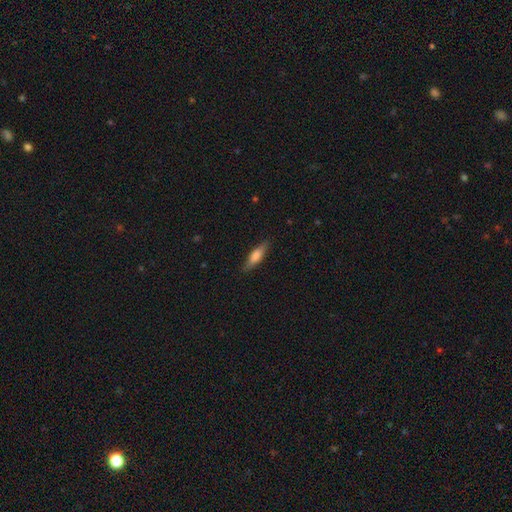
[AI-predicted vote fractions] Smooth or featured? smooth (68%)
How rounded? cigar-shaped (60%)
Merging? none (84%)